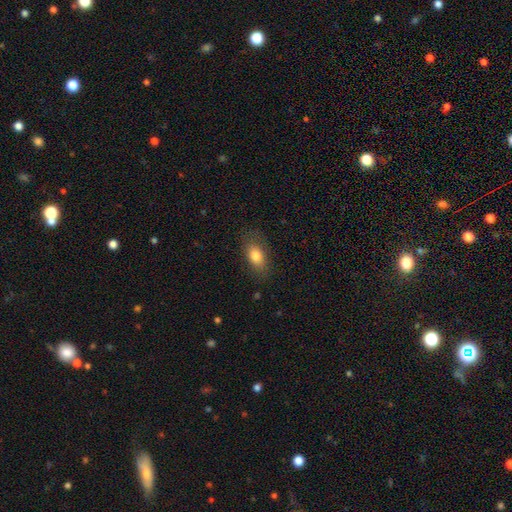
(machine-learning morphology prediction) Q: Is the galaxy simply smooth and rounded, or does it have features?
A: smooth — 80%.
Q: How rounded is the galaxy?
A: in between — 86%.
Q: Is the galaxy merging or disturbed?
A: none — 80%.